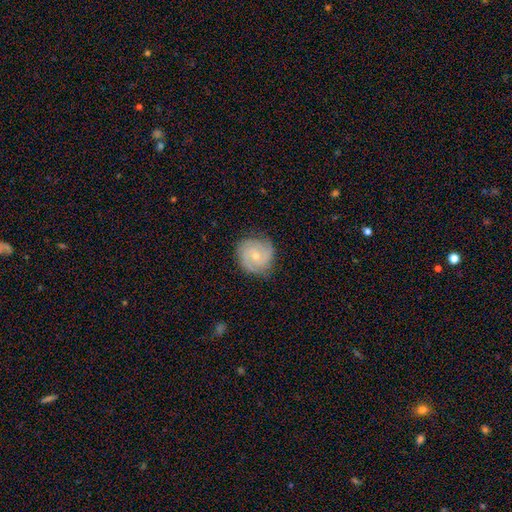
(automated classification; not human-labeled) The model was most divided on "spiral arm count": 2: 47%, 3: 32%, can't tell: 10%, 4: 4%, 1: 3%, more than 4: 3%. More confident: edge-on disk — no (98%); spiral arms — yes (97%); smooth or featured — featured or disk (84%); merging — none (82%); spiral winding — tight (67%); bar — no (67%); bulge size — small (63%).